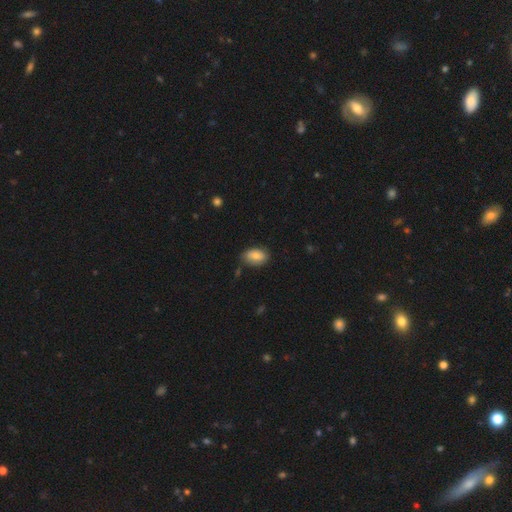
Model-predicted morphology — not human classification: Q: Smooth or featured?
A: smooth (83%); runner-up: featured or disk (10%)
Q: How rounded?
A: in between (90%); runner-up: round (9%)
Q: Merging?
A: none (73%); runner-up: minor disturbance (21%)